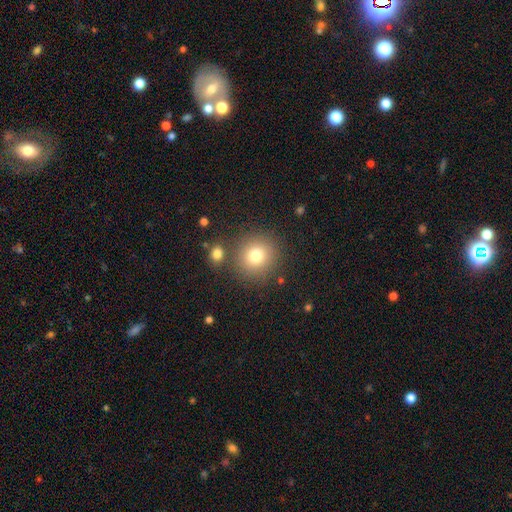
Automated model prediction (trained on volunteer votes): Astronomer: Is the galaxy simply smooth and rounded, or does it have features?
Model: smooth — 77%.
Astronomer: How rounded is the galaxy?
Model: round — 91%.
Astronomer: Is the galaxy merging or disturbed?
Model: none — 81%.